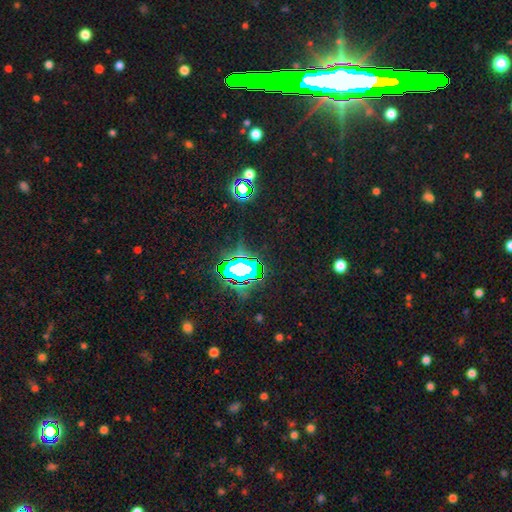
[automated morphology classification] A star or artifact, not a galaxy (79%).